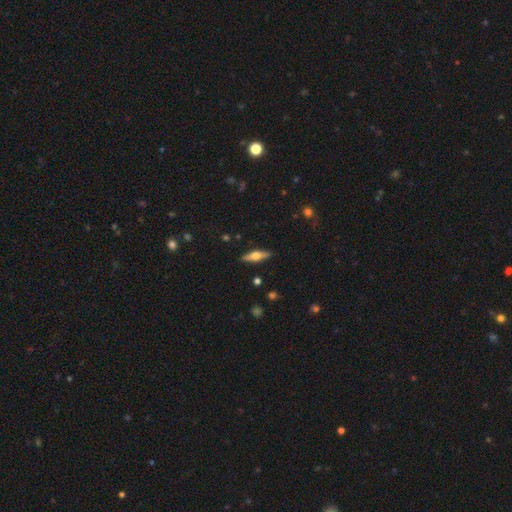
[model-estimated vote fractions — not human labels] Smooth or featured? Predicted: featured or disk (p=0.54). Edge-on disk? Predicted: yes (p=0.94). Edge-on bulge? Predicted: rounded (p=0.93). Merging? Predicted: none (p=0.89).